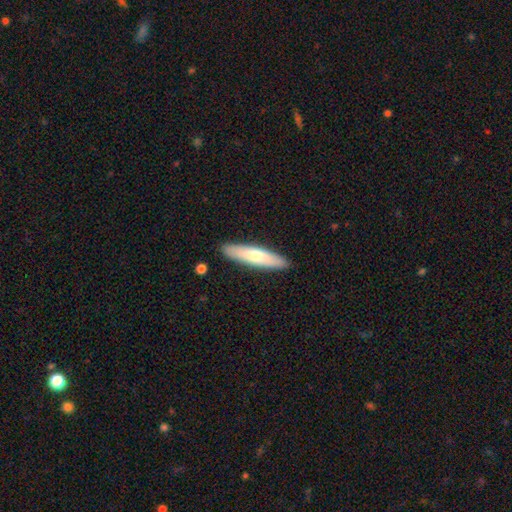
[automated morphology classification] A smooth galaxy with no disk features (67%) that is cigar-shaped (80%). Merging: none (90%).